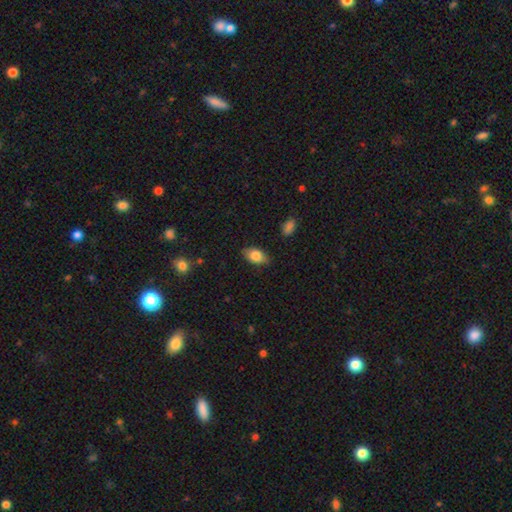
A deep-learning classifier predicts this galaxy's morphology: This is clearly a smooth galaxy (83%). How rounded: clearly in between (91%). Merging: clearly none (83%).